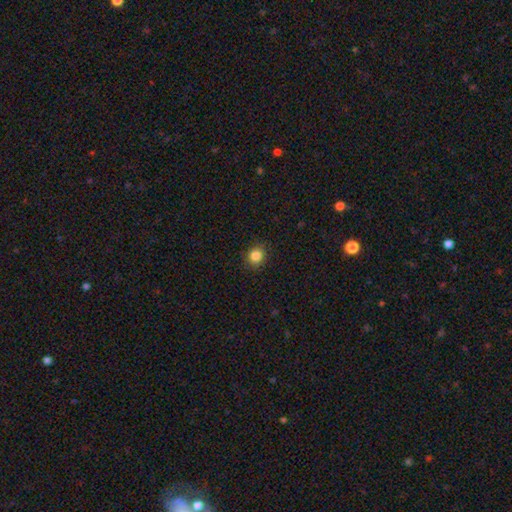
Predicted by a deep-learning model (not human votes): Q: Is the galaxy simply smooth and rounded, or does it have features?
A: smooth — 85%.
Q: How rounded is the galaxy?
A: round — 83%.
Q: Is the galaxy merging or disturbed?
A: none — 90%.